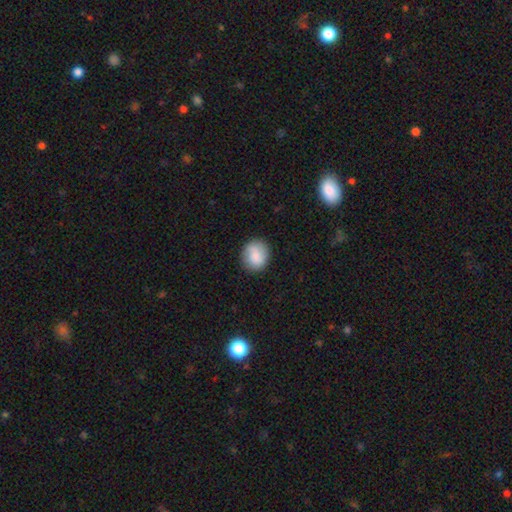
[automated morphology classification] smooth-or-featured: smooth: 79% | featured or disk: 14% | star or artifact: 7%
  how-rounded: round: 79% | in between: 20% | cigar-shaped: 1%
  merging: none: 84% | minor disturbance: 12% | major disturbance: 3% | merger: 1%